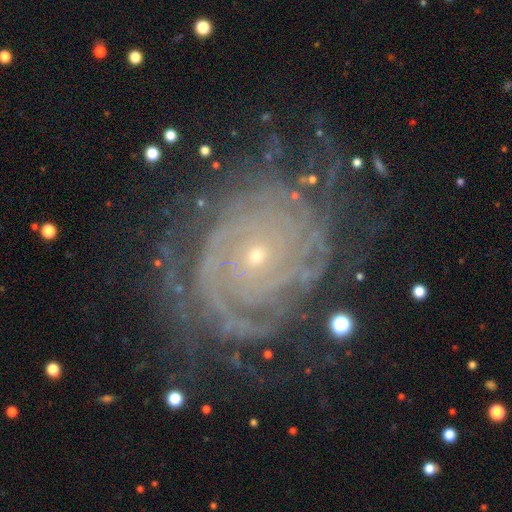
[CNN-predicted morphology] smooth-or-featured: featured or disk: 86% | star or artifact: 8% | smooth: 6%
  disk-edge-on: no: 97% | yes: 3%
    bar: no: 80% | weak: 15% | strong: 6%
    has-spiral-arms: yes: 96% | no: 4%
      spiral-winding: tight: 82% | medium: 14% | loose: 3%
      spiral-arm-count: can't tell: 32% | more than 4: 19% | 4: 15% | 2: 14% | 3: 13% | 1: 8%
    bulge-size: small: 84% | moderate: 13% | none: 1% | large: 1% | dominant: 1%
  merging: none: 70% | minor disturbance: 17% | major disturbance: 10% | merger: 2%